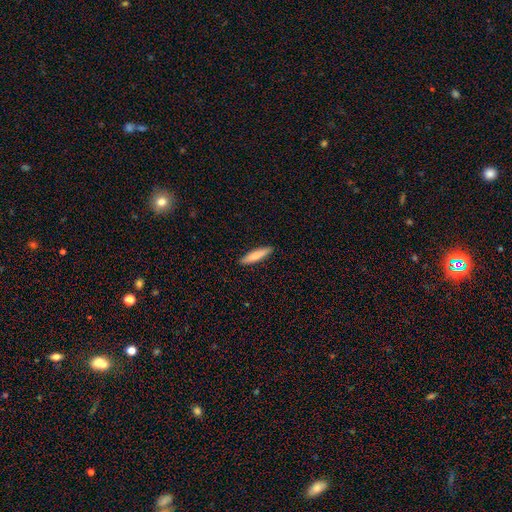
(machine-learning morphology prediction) Smooth or featured? smooth (79%)
How rounded? cigar-shaped (84%)
Merging? none (90%)